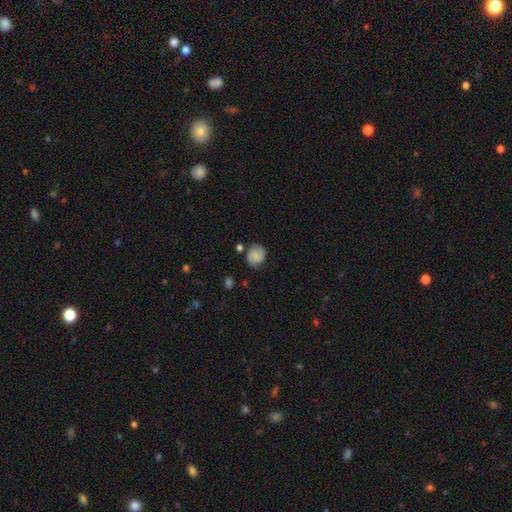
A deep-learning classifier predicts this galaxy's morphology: The model was most divided on "smooth or featured": smooth: 55%, featured or disk: 35%, star or artifact: 9%. More confident: how rounded — round (76%); merging — none (76%).